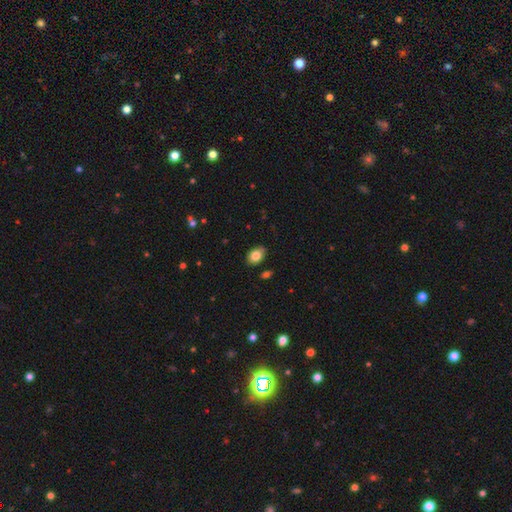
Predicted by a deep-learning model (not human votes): This is clearly a smooth galaxy (83%). How rounded: likely in between (79%). Merging: clearly none (85%).